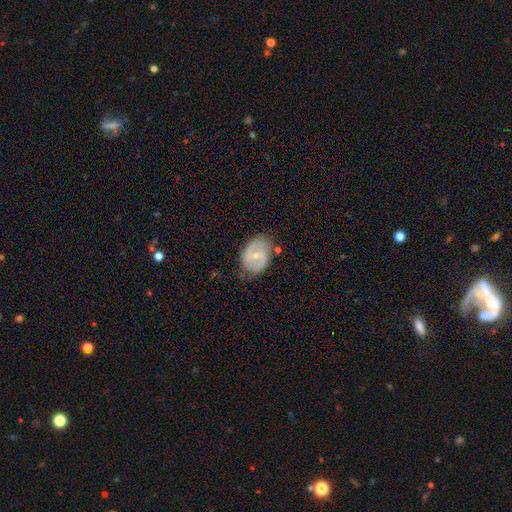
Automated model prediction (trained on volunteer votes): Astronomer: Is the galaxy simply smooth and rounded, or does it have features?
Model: featured or disk — 69%.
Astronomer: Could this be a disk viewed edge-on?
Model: no — 97%.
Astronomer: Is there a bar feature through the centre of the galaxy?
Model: weak — 53% (runner-up: no, 31%).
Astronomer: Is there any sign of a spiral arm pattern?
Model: yes — 84%.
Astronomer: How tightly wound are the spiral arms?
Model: medium — 50% (runner-up: tight, 29%).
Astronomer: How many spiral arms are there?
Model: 2 — 84%.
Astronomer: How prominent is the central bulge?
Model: small — 61%.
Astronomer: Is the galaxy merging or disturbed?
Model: none — 71%.